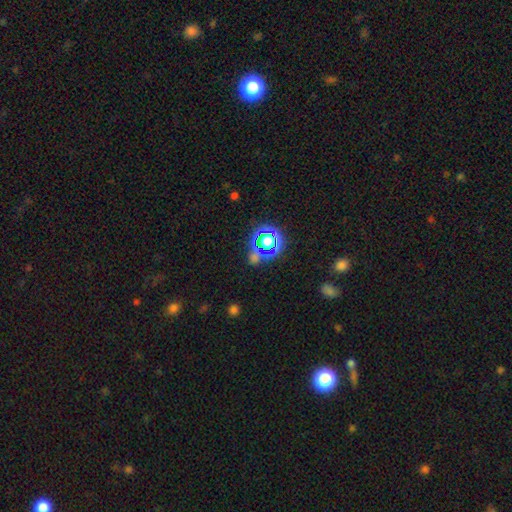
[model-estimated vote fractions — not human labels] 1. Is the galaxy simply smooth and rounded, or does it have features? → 69% star or artifact, 22% smooth, 9% featured or disk.